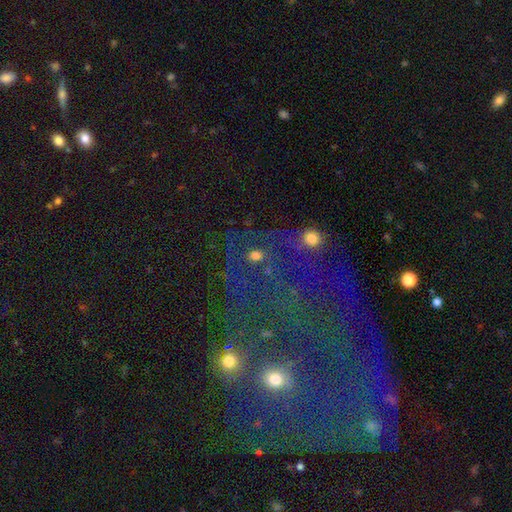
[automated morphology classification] smooth_or_featured: smooth (p=0.42) [alt: star or artifact p=0.33]
merging: none (p=0.61) [alt: merger p=0.15]